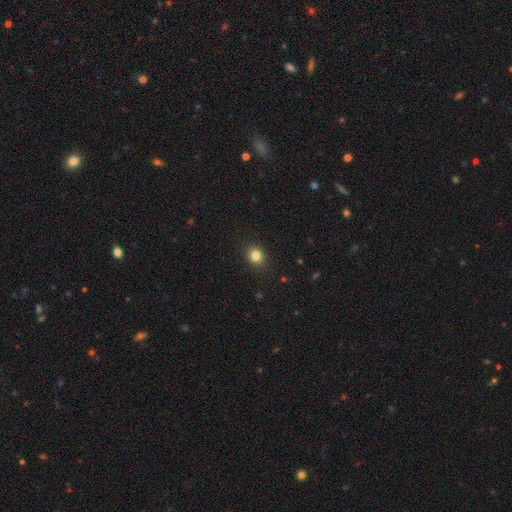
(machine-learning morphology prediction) This is clearly a smooth galaxy (83%). How rounded: likely round (72%). Merging: clearly none (90%).